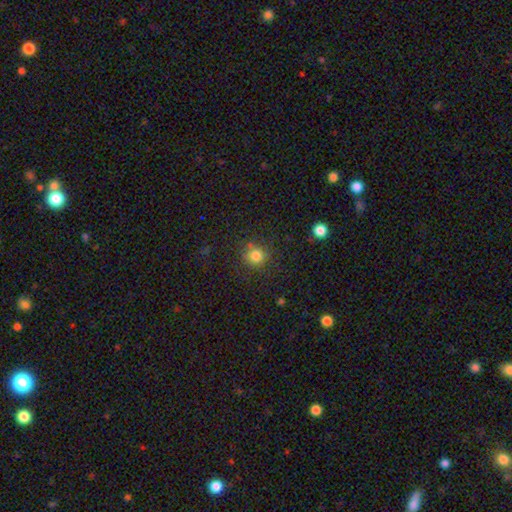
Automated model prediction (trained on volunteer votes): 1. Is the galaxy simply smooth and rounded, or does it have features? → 80% smooth, 14% star or artifact, 6% featured or disk.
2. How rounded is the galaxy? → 90% round, 9% in between, 1% cigar-shaped.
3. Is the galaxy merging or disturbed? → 80% none, 12% minor disturbance, 4% major disturbance, 3% merger.